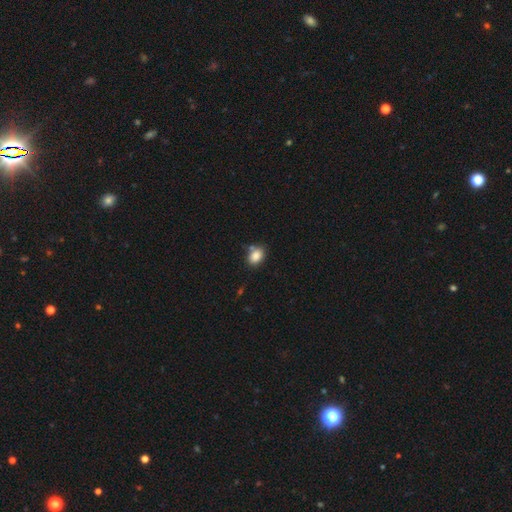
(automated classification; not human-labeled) smooth_or_featured: smooth (p=0.86) [alt: star or artifact p=0.09]
how_rounded: in between (p=0.74) [alt: round p=0.25]
merging: none (p=0.68) [alt: minor disturbance p=0.17]